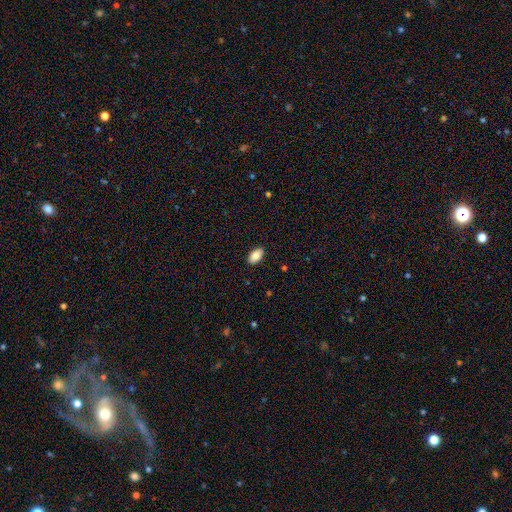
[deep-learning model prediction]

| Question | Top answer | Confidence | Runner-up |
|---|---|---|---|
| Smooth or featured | smooth | 87% | star or artifact (7%) |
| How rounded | in between | 94% | round (4%) |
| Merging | none | 89% | minor disturbance (8%) |